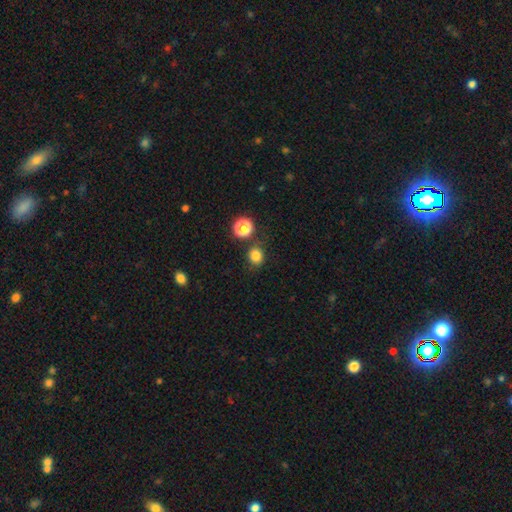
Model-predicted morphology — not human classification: A smooth galaxy with no disk features (81%) that is round (75%).

Vote fractions:
- Smooth or featured? smooth: 81% / star or artifact: 14% / featured or disk: 5%
- How rounded? round: 75% / in between: 24% / cigar-shaped: 1%
- Merging? none: 78% / minor disturbance: 11% / merger: 7% / major disturbance: 4%